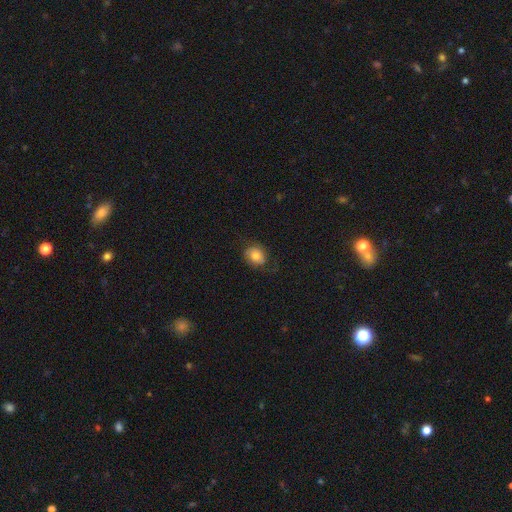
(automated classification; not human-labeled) A smooth galaxy with no disk features (72%) that is round (59%).

Vote fractions:
- Smooth or featured? smooth: 72% / featured or disk: 19% / star or artifact: 9%
- How rounded? round: 59% / in between: 40% / cigar-shaped: 1%
- Merging? none: 70% / minor disturbance: 20% / major disturbance: 9% / merger: 1%